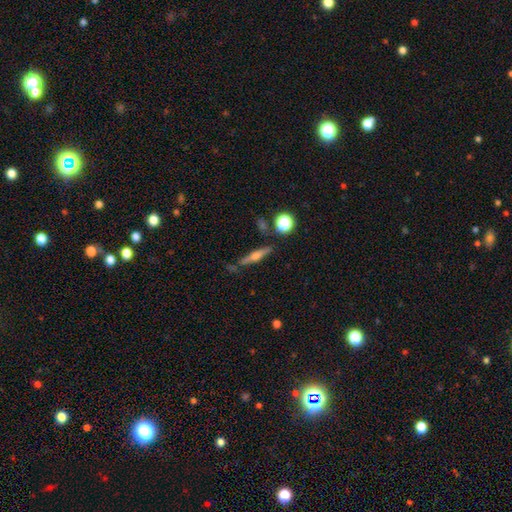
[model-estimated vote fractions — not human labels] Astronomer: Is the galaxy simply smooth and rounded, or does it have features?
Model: featured or disk — 62%.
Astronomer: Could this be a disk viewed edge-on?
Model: yes — 95%.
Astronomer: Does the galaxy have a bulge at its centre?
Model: rounded — 87%.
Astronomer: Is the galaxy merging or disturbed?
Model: none — 79%.